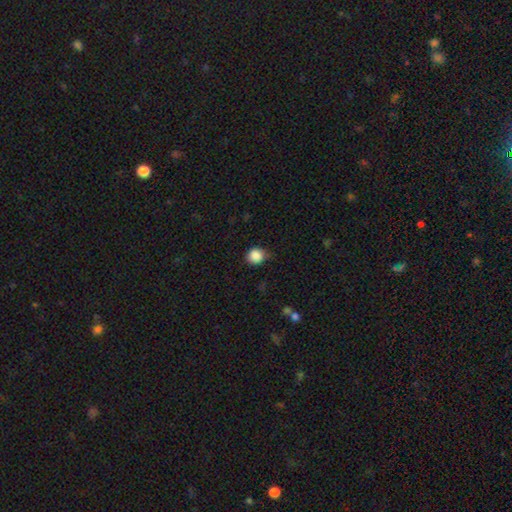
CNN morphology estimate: smooth 87%, star or artifact 9%, featured or disk 4%. Down the decision tree: how rounded — round (83%); merging — none (68%).